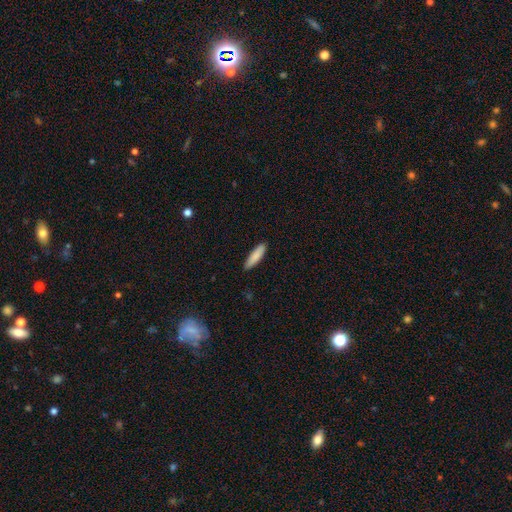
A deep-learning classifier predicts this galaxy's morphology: Smooth or featured? Predicted: smooth (p=0.86). How rounded? Predicted: cigar-shaped (p=0.75). Merging? Predicted: none (p=0.89).